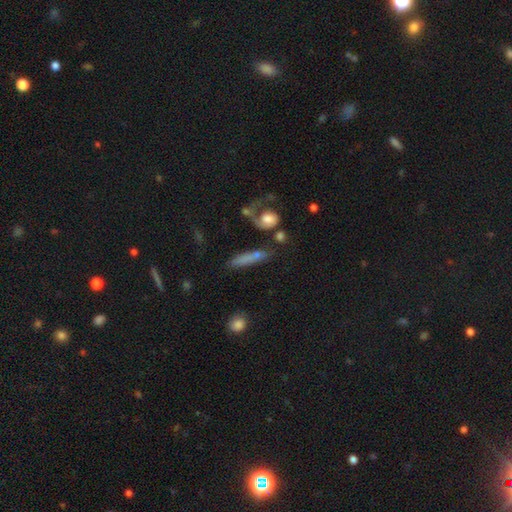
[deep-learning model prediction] Smooth or featured: smooth — 51% (featured or disk — 37%)
How rounded: cigar-shaped — 59% (in between — 27%)
Merging: none — 51% (merger — 18%)